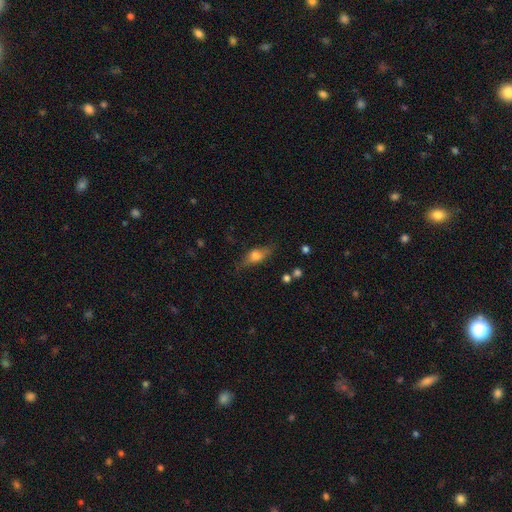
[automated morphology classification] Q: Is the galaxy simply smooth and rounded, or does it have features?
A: smooth — 57%.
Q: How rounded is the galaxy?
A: in between — 66%.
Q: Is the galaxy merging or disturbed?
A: none — 70%.